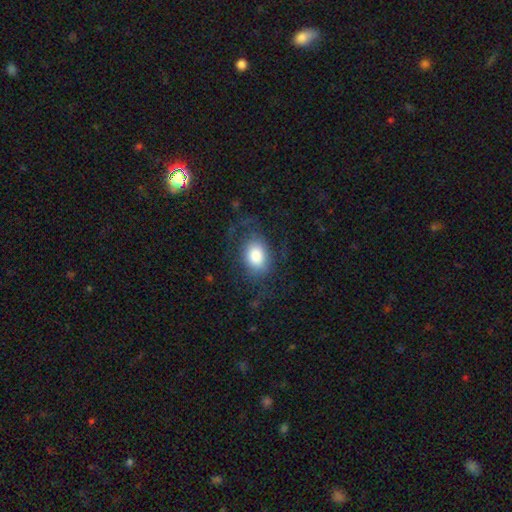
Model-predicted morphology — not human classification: A smooth galaxy with no disk features (59%) that is in between round and cigar-shaped (72%). Merging: none (55%).